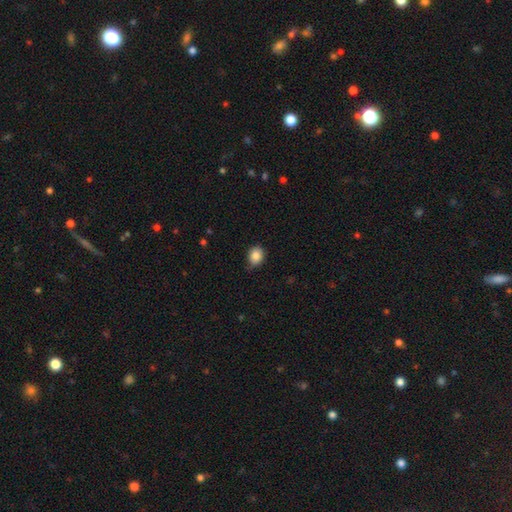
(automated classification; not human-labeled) smooth_or_featured: smooth (p=0.84) [alt: star or artifact p=0.09]
how_rounded: round (p=0.60) [alt: in between p=0.39]
merging: none (p=0.71) [alt: minor disturbance p=0.24]